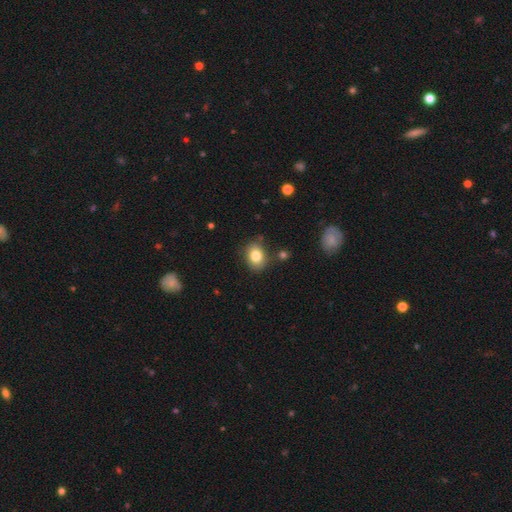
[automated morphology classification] Overall: smooth (82%). How rounded: in between (61%; round 38%). Merging: none (80%).